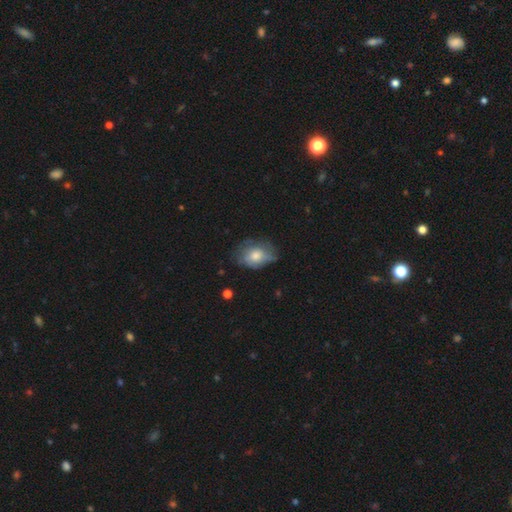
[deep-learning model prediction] Q: Smooth or featured?
A: smooth (65%); runner-up: featured or disk (26%)
Q: How rounded?
A: in between (64%); runner-up: round (34%)
Q: Merging?
A: none (50%); runner-up: minor disturbance (33%)